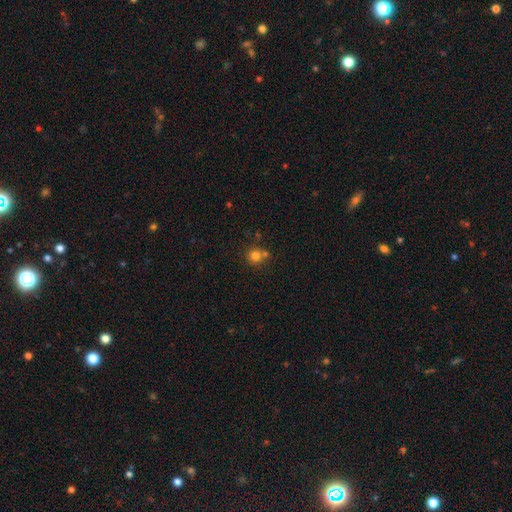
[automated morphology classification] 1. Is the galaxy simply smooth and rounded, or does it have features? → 78% smooth, 14% star or artifact, 8% featured or disk.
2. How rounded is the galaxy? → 90% round, 9% in between, 1% cigar-shaped.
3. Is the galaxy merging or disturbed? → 61% none, 27% merger, 9% minor disturbance, 3% major disturbance.